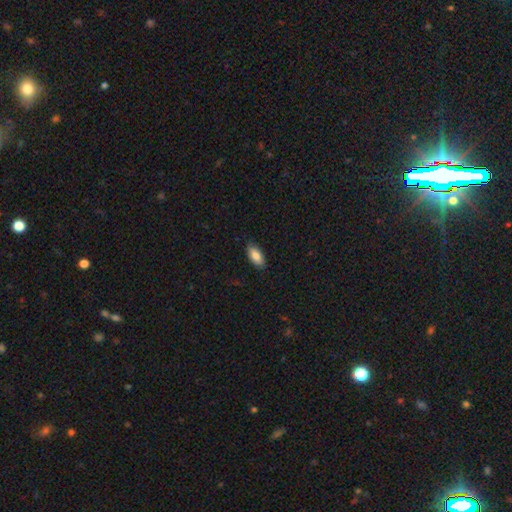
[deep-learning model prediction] Smooth or featured?
  - smooth: 82% *
  - featured or disk: 12%
  - star or artifact: 6%
How rounded?
  - in between: 89% *
  - cigar-shaped: 8%
  - round: 2%
Merging?
  - none: 86% *
  - minor disturbance: 11%
  - major disturbance: 2%
  - merger: 1%